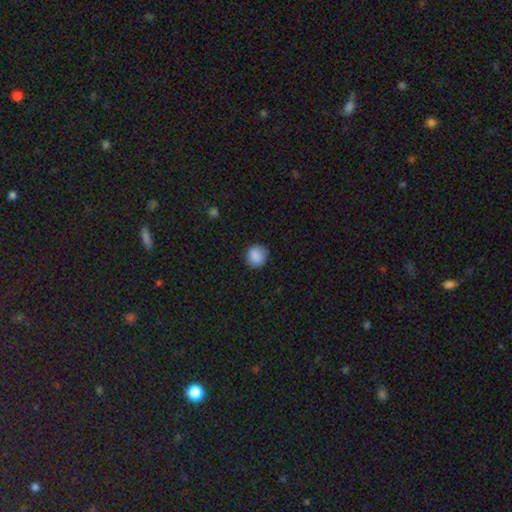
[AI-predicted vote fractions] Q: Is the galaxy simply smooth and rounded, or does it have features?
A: smooth — 88%.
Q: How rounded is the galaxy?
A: round — 89%.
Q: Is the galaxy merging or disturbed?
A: none — 85%.